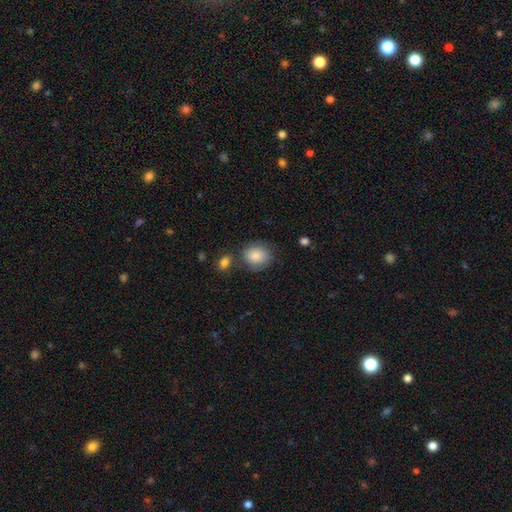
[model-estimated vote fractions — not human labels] This appears to be a smooth galaxy with no disk features (86%) that is round (61%). Merging: none (67%).